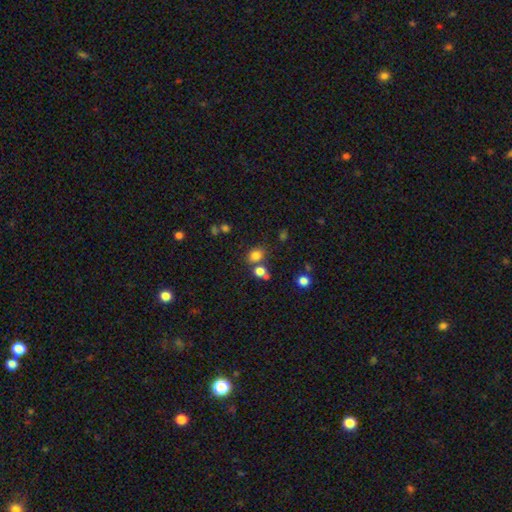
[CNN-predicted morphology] smooth-or-featured: smooth: 78% | star or artifact: 15% | featured or disk: 7%
  how-rounded: round: 53% | in between: 46% | cigar-shaped: 1%
  merging: none: 63% | merger: 21% | minor disturbance: 12% | major disturbance: 5%